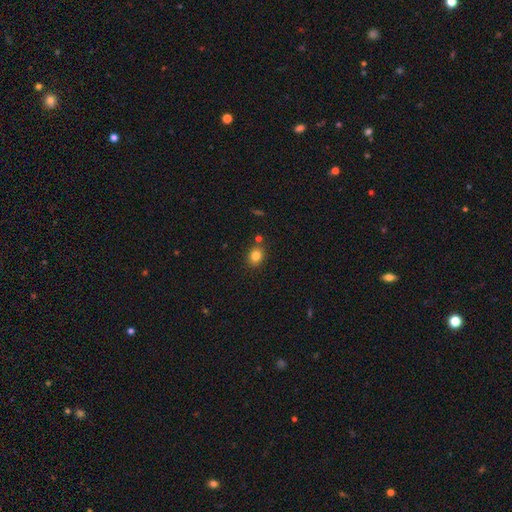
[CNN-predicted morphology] Overall: smooth (82%). How rounded: round (57%; in between 42%). Merging: none (80%).